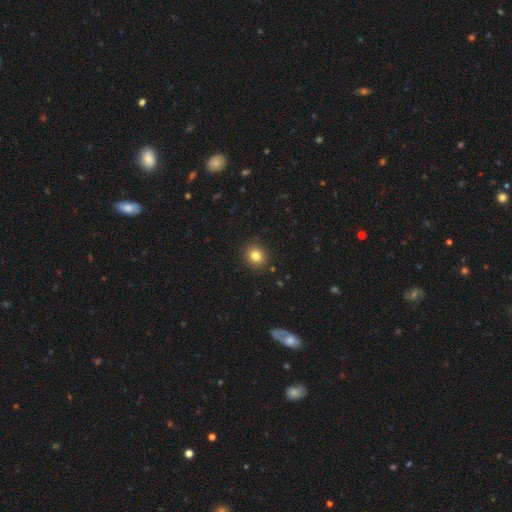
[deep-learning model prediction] Smooth or featured?
  - smooth: 82% *
  - star or artifact: 12%
  - featured or disk: 6%
How rounded?
  - round: 81% *
  - in between: 18%
  - cigar-shaped: 1%
Merging?
  - none: 90% *
  - minor disturbance: 7%
  - major disturbance: 2%
  - merger: 1%